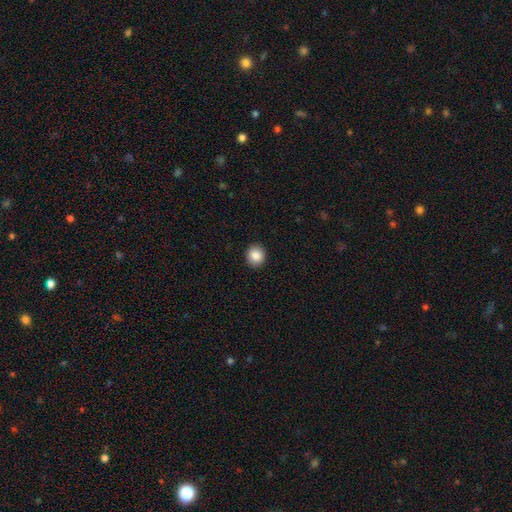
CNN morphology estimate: Smooth or featured?
  - smooth: 87% *
  - star or artifact: 9%
  - featured or disk: 4%
How rounded?
  - round: 80% *
  - in between: 19%
  - cigar-shaped: 1%
Merging?
  - none: 92% *
  - minor disturbance: 5%
  - major disturbance: 2%
  - merger: 1%